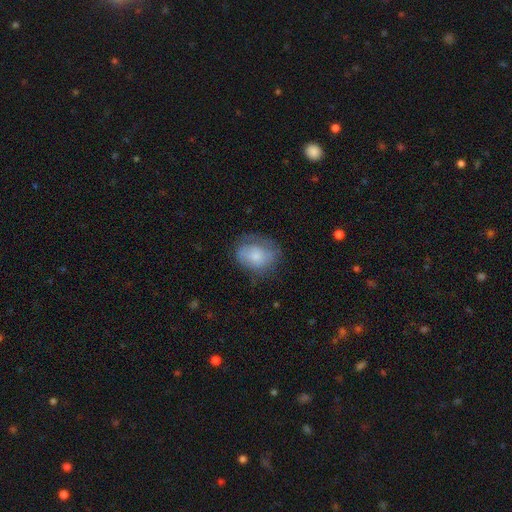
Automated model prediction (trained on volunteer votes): Morphology: type=smooth (63%); roundness=in between (50%); merging=none (58%).